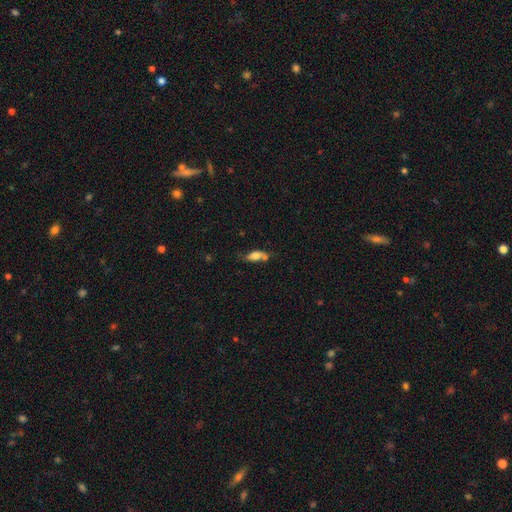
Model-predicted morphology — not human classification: A smooth galaxy with no disk features (67%) that is in between round and cigar-shaped (77%).

Vote fractions:
- Smooth or featured? smooth: 67% / featured or disk: 24% / star or artifact: 9%
- How rounded? in between: 77% / cigar-shaped: 18% / round: 5%
- Merging? none: 44% / merger: 24% / minor disturbance: 23% / major disturbance: 9%